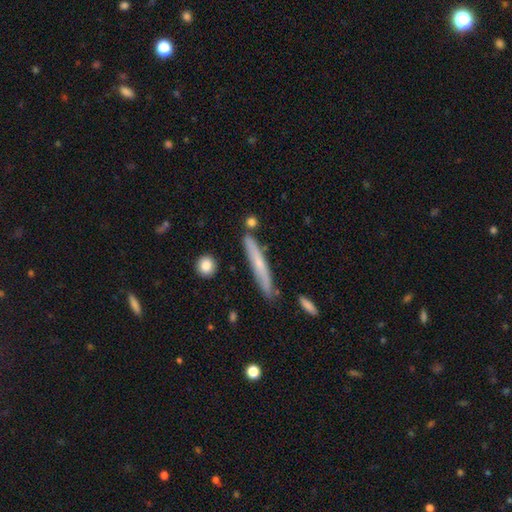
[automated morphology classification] This is possibly a smooth galaxy (47%). Merging: clearly none (80%).